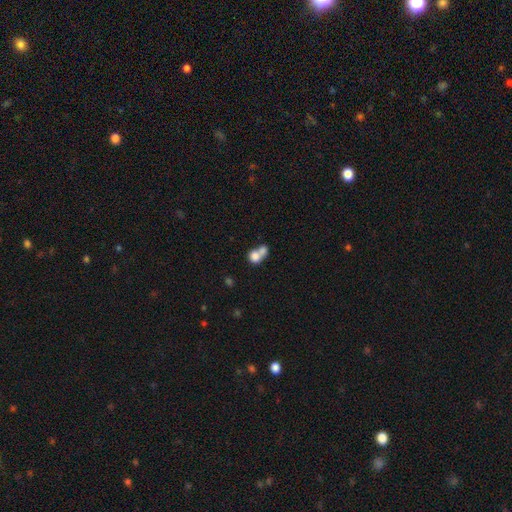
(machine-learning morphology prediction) Smooth or featured? smooth (77%)
How rounded? round (62%)
Merging? merger (68%)